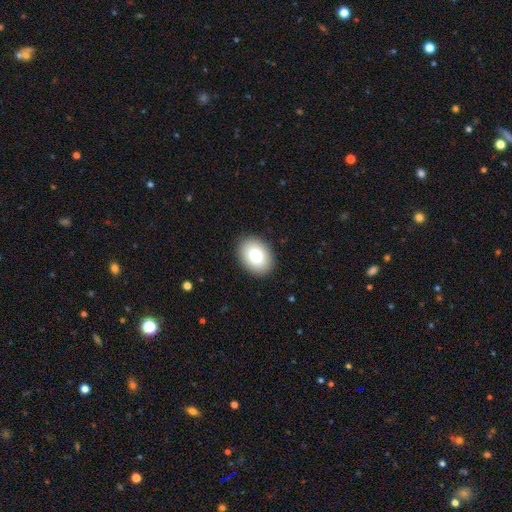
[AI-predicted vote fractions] smooth_or_featured: smooth (p=0.83) [alt: featured or disk p=0.09]
how_rounded: in between (p=0.79) [alt: round p=0.20]
merging: none (p=0.89) [alt: minor disturbance p=0.08]